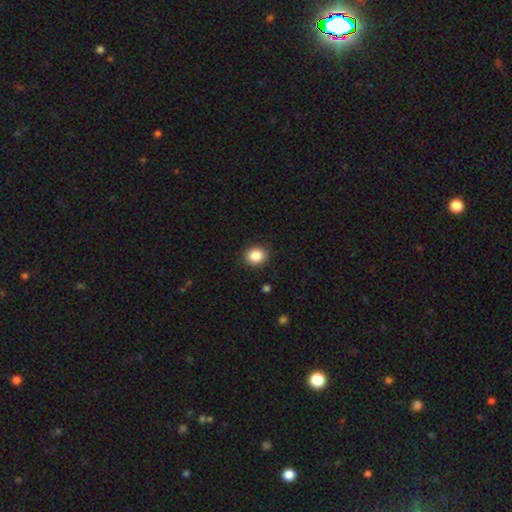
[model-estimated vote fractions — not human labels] Smooth or featured? smooth (88%)
How rounded? round (64%)
Merging? none (89%)